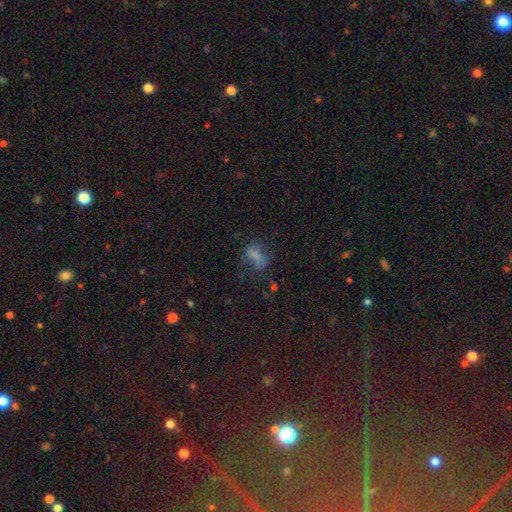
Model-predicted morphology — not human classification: Q: Smooth or featured?
A: smooth (64%); runner-up: featured or disk (19%)
Q: How rounded?
A: in between (79%); runner-up: round (16%)
Q: Merging?
A: none (40%); runner-up: major disturbance (30%)